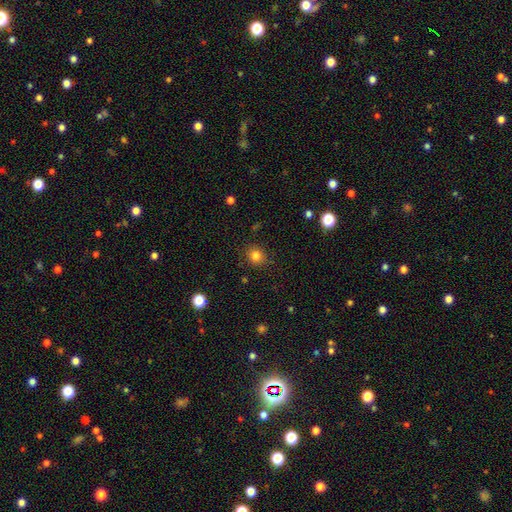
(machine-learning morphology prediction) The model was most divided on "smooth or featured": smooth: 82%, star or artifact: 13%, featured or disk: 5%. More confident: merging — none (87%); how rounded — round (87%).